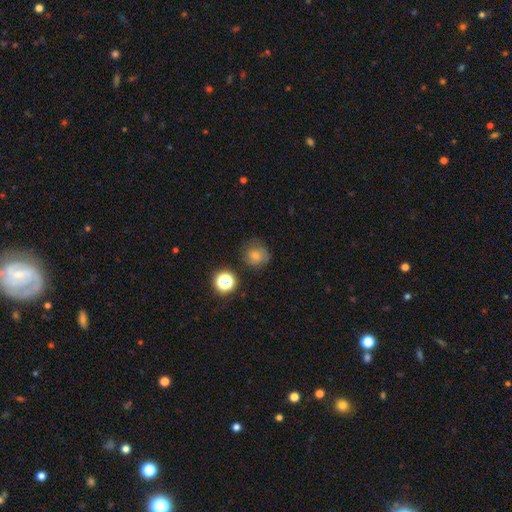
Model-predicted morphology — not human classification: Smooth or featured: smooth — 66% (featured or disk — 18%)
How rounded: round — 87% (in between — 12%)
Merging: none — 70% (minor disturbance — 20%)